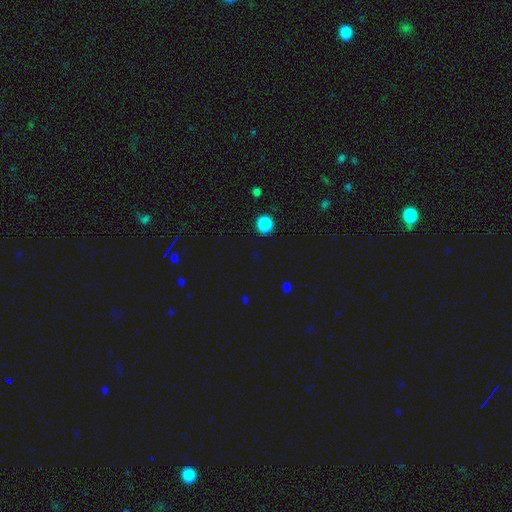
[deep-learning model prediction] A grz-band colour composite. It shows a smooth galaxy with no disk features (75%) that is round (79%). Merging: none (88%).